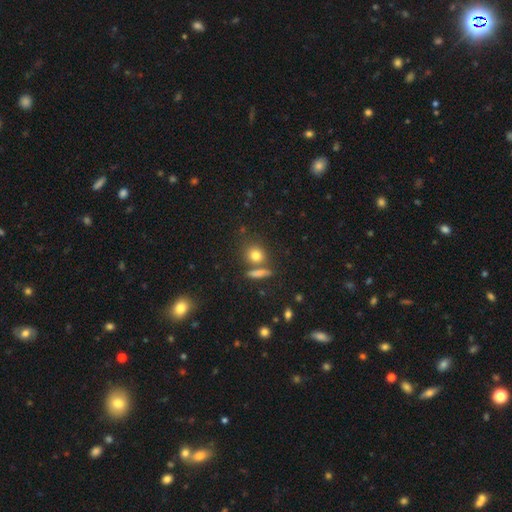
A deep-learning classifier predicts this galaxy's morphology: Smooth or featured? Predicted: smooth (p=0.79). How rounded? Predicted: round (p=0.74). Merging? Predicted: none (p=0.66).